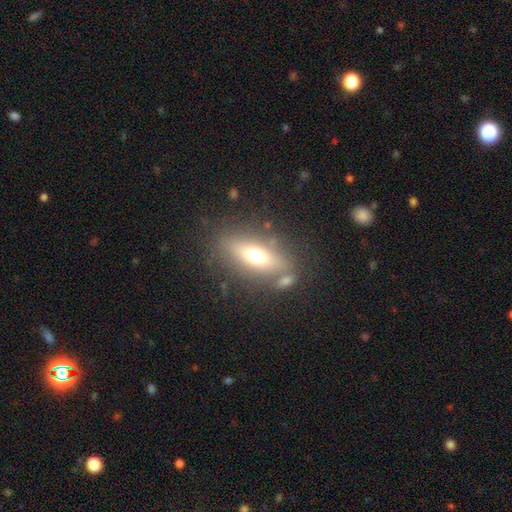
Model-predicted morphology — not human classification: Smooth or featured? Predicted: smooth (p=0.57). How rounded? Predicted: in between (p=0.61). Merging? Predicted: none (p=0.71).